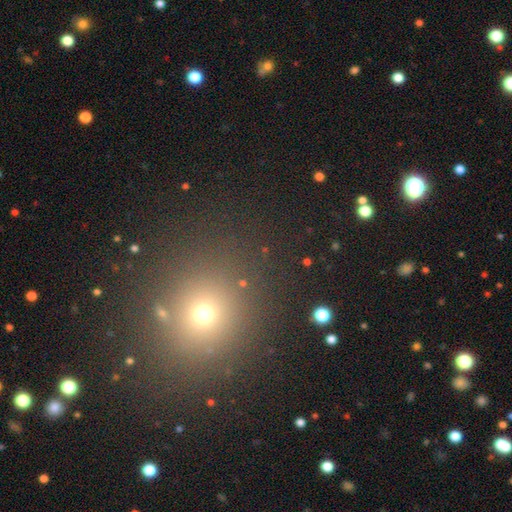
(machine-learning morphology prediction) smooth-or-featured: smooth: 52% | star or artifact: 41% | featured or disk: 7%
  how-rounded: round: 83% | in between: 16% | cigar-shaped: 1%
  merging: none: 89% | minor disturbance: 6% | major disturbance: 3% | merger: 3%